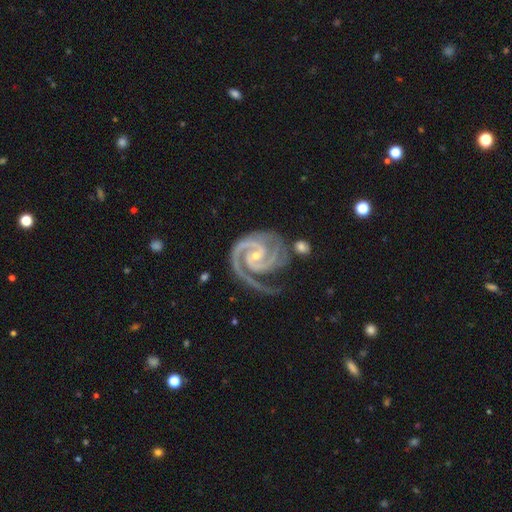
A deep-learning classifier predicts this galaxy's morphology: Overall: featured or disk (94%). Edge-on disk: no (98%). Bar: no (46%; weak 34%). Spiral arms: yes (99%). Spiral arm count: 2 (73%). Spiral winding: tight (68%; medium 29%). Bulge size: small (74%). Merging: none (57%; minor disturbance 24%).